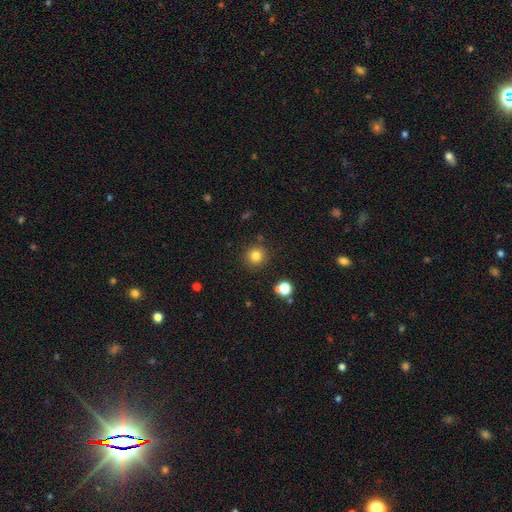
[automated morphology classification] Smooth or featured? Predicted: smooth (p=0.81). How rounded? Predicted: round (p=0.94). Merging? Predicted: none (p=0.88).